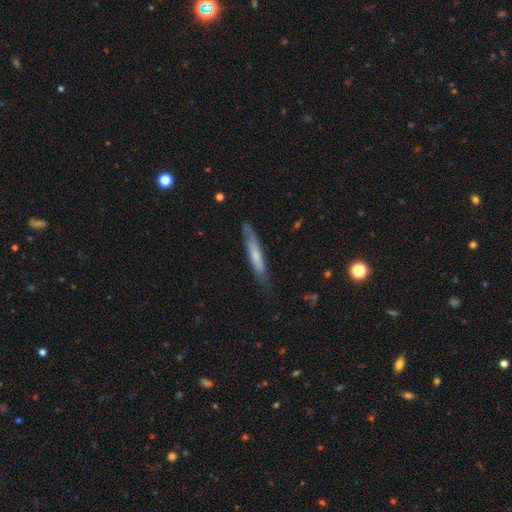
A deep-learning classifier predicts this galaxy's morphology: Overall: smooth (60%; featured or disk 35%). How rounded: cigar-shaped (91%). Merging: none (73%).